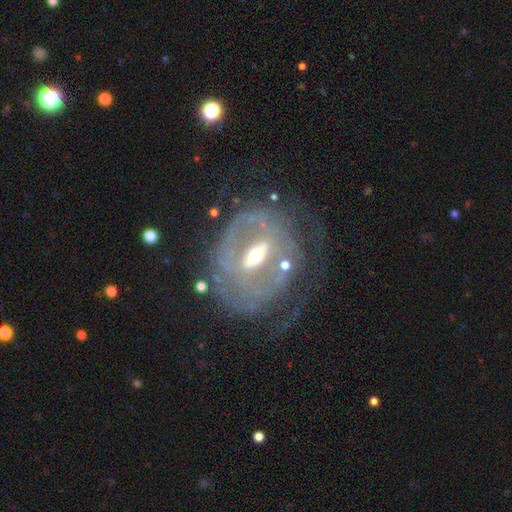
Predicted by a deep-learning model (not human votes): Smooth or featured? featured or disk (83%)
Edge-on disk? no (95%)
Bar? weak (42%)
Spiral arms? yes (70%)
Spiral winding? tight (46%)
Spiral arm count? 2 (47%)
Bulge size? moderate (49%)
Merging? none (51%)